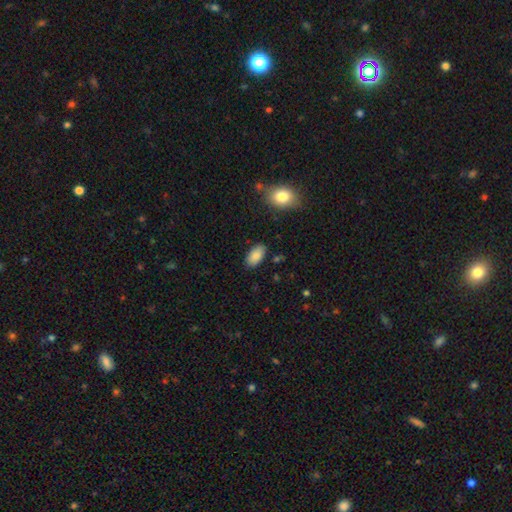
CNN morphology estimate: type=smooth (87%); roundness=in between (95%); merging=none (86%).